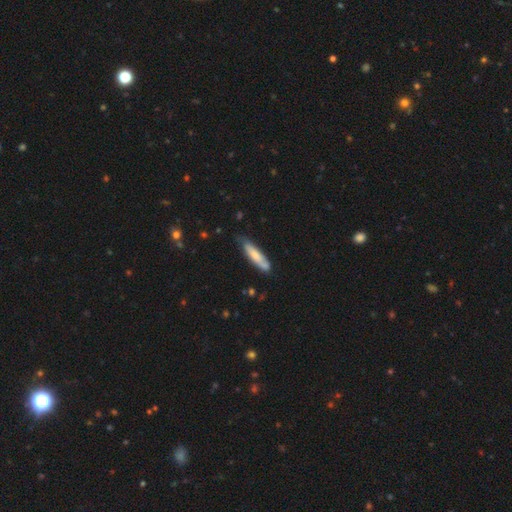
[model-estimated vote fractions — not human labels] A smooth galaxy with no disk features (66%) that is cigar-shaped (73%).

Vote fractions:
- Smooth or featured? smooth: 66% / featured or disk: 28% / star or artifact: 5%
- How rounded? cigar-shaped: 73% / in between: 26% / round: 1%
- Merging? none: 69% / minor disturbance: 24% / major disturbance: 4% / merger: 3%